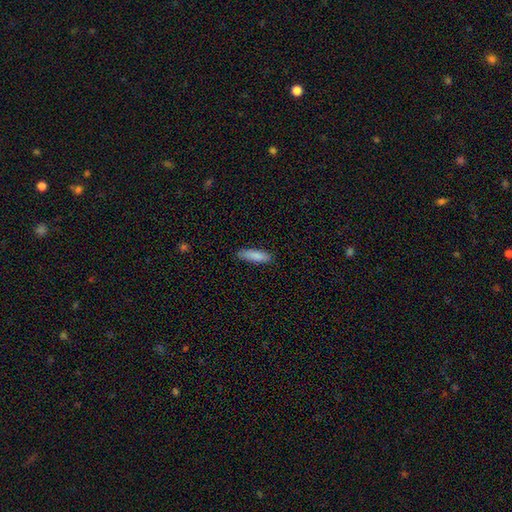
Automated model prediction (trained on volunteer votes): smooth-or-featured: smooth: 86% | featured or disk: 7% | star or artifact: 6%
  how-rounded: cigar-shaped: 58% | in between: 40% | round: 2%
  merging: none: 85% | minor disturbance: 11% | major disturbance: 2% | merger: 1%